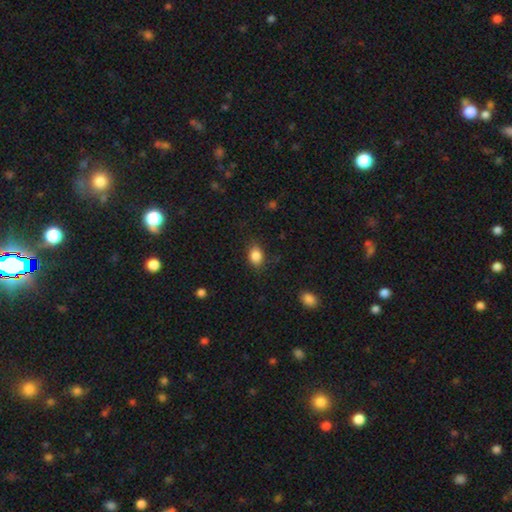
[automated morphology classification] smooth-or-featured: smooth: 86% | star or artifact: 9% | featured or disk: 5%
  how-rounded: in between: 71% | round: 28% | cigar-shaped: 1%
  merging: none: 82% | minor disturbance: 14% | major disturbance: 4% | merger: 1%